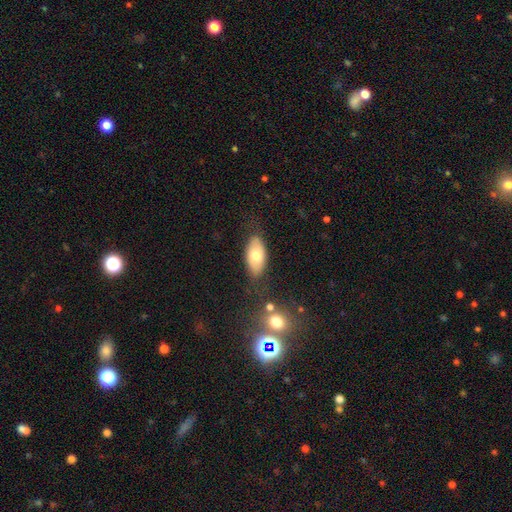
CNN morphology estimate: Smooth or featured? smooth (72%)
How rounded? in between (92%)
Merging? none (77%)